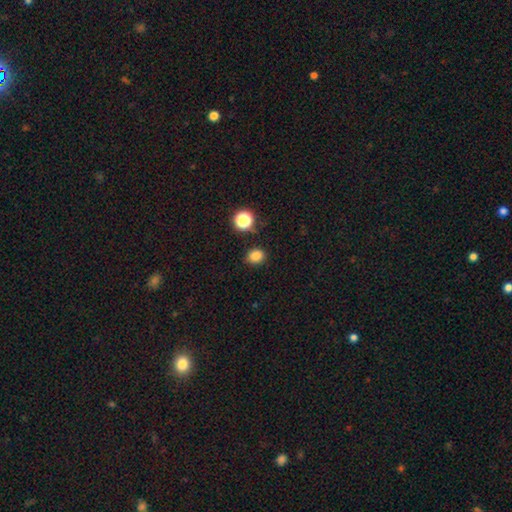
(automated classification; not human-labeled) A smooth galaxy with no disk features (82%) that is round (59%).

Vote fractions:
- Smooth or featured? smooth: 82% / star or artifact: 14% / featured or disk: 4%
- How rounded? round: 59% / in between: 40% / cigar-shaped: 1%
- Merging? none: 81% / minor disturbance: 12% / major disturbance: 3% / merger: 3%